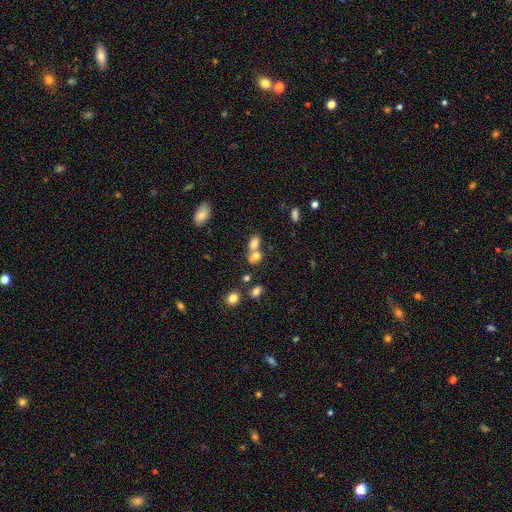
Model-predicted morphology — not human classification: Smooth or featured? Predicted: smooth (p=0.73). How rounded? Predicted: in between (p=0.63). Merging? Predicted: merger (p=0.61).